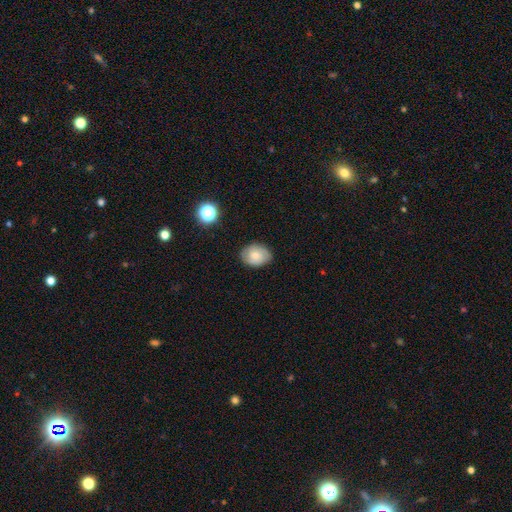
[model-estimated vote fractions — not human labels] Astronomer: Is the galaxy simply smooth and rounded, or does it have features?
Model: smooth — 62%.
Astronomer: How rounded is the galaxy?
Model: in between — 58% (runner-up: round, 41%).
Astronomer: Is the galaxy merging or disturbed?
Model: none — 80%.